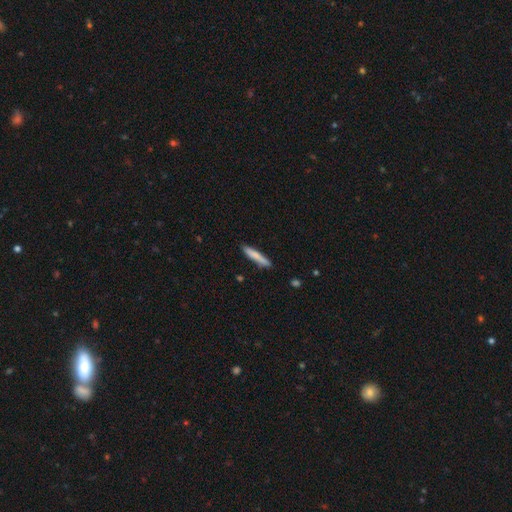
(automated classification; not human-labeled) A smooth galaxy with no disk features (77%) that is cigar-shaped (93%).

Vote fractions:
- Smooth or featured? smooth: 77% / featured or disk: 17% / star or artifact: 6%
- How rounded? cigar-shaped: 93% / in between: 6% / round: 1%
- Merging? none: 86% / minor disturbance: 10% / merger: 2% / major disturbance: 2%